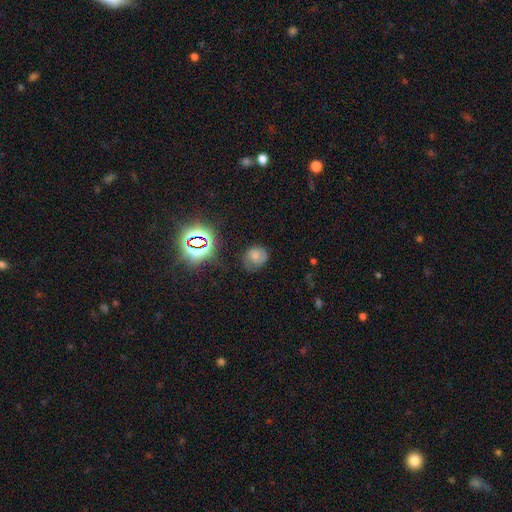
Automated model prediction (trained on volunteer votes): Smooth or featured? smooth (54%)
How rounded? round (70%)
Merging? none (60%)